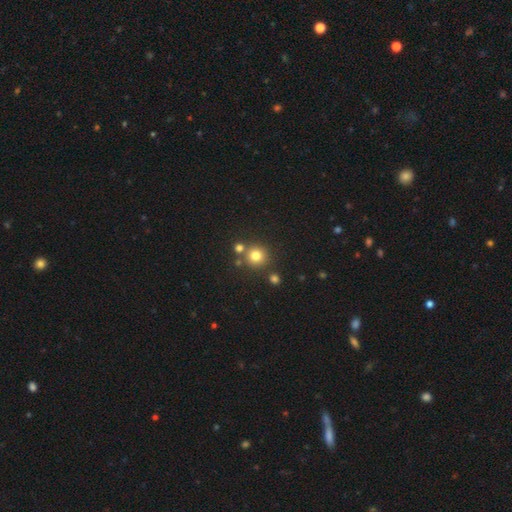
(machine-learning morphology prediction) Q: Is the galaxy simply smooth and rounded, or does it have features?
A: smooth — 78%.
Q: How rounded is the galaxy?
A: round — 93%.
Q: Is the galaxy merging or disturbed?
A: none — 75%.